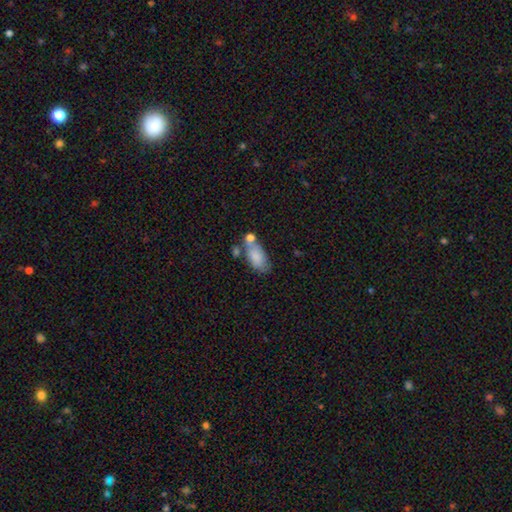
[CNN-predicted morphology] A smooth galaxy with no disk features (78%) that is in between round and cigar-shaped (90%). Merging: none (41%).